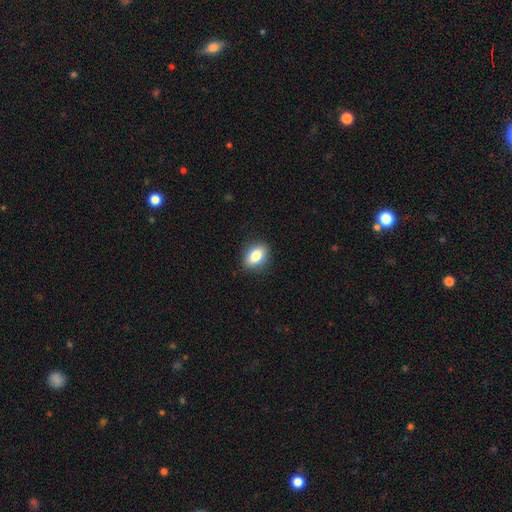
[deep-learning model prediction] Smooth or featured? Predicted: smooth (p=0.82). How rounded? Predicted: in between (p=0.79). Merging? Predicted: none (p=0.88).